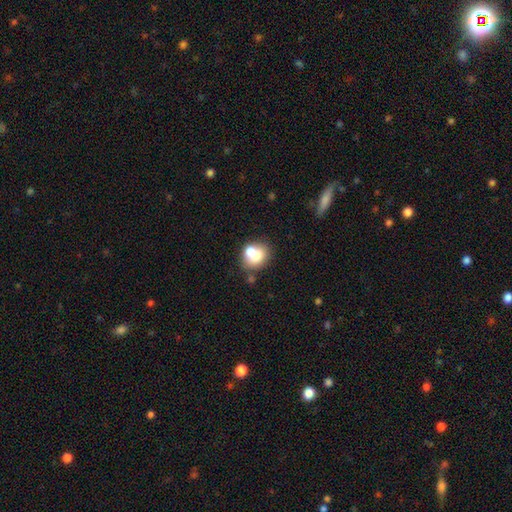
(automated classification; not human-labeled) Smooth or featured? Predicted: smooth (p=0.70). How rounded? Predicted: round (p=0.64). Merging? Predicted: none (p=0.44).